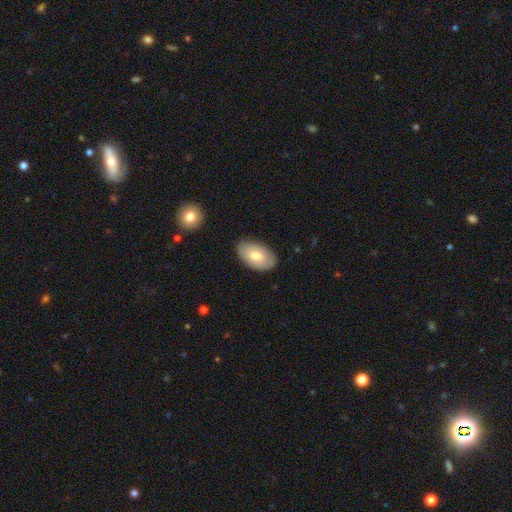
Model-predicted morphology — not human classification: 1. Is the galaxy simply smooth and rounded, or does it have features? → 74% smooth, 20% featured or disk, 6% star or artifact.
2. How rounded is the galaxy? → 94% in between, 5% round, 1% cigar-shaped.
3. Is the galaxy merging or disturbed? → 85% none, 12% minor disturbance, 2% major disturbance, 1% merger.